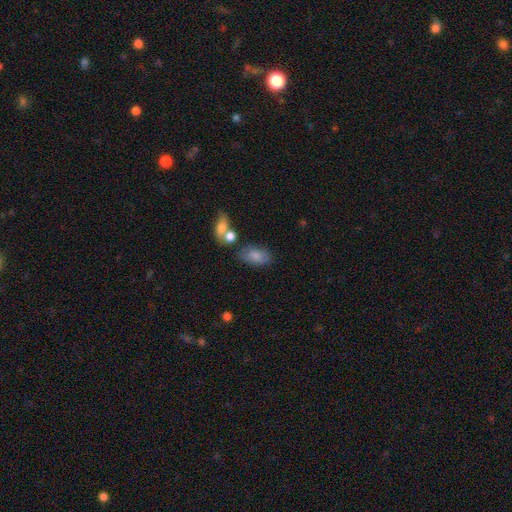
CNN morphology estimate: Smooth or featured? smooth (79%)
How rounded? in between (91%)
Merging? none (62%)